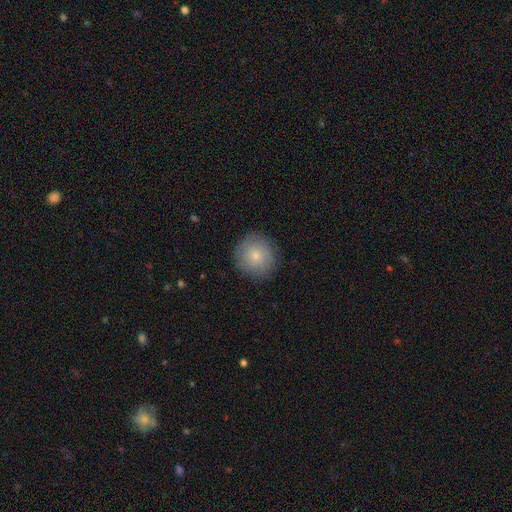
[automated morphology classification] Q: Smooth or featured?
A: smooth (75%); runner-up: featured or disk (17%)
Q: How rounded?
A: round (93%); runner-up: in between (6%)
Q: Merging?
A: none (87%); runner-up: minor disturbance (9%)